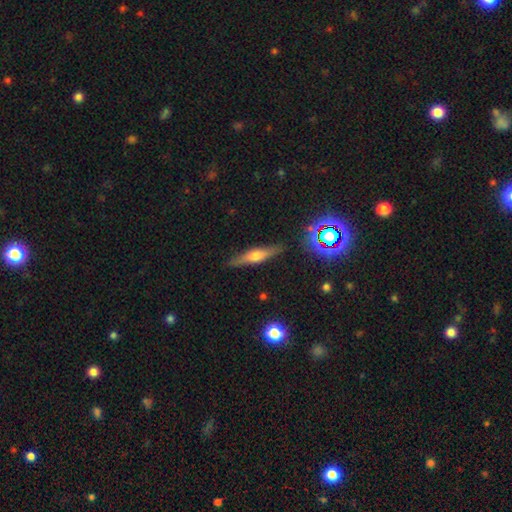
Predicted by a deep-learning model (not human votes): Overall: featured or disk (53%; smooth 38%). Edge-on disk: yes (93%). Merging: none (86%).